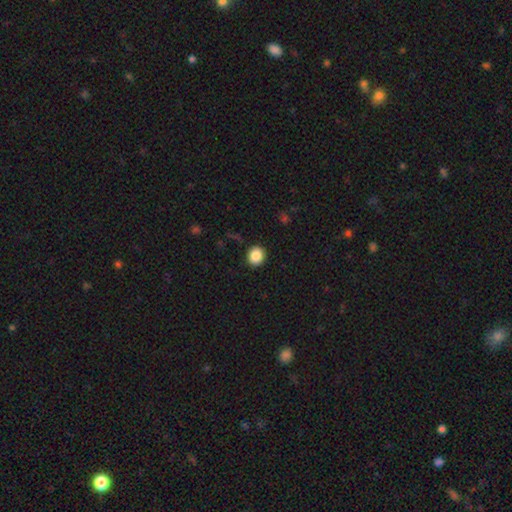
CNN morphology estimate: Smooth or featured?
  - smooth: 87% *
  - star or artifact: 9%
  - featured or disk: 4%
How rounded?
  - round: 79% *
  - in between: 20%
  - cigar-shaped: 1%
Merging?
  - none: 90% *
  - minor disturbance: 6%
  - major disturbance: 2%
  - merger: 1%